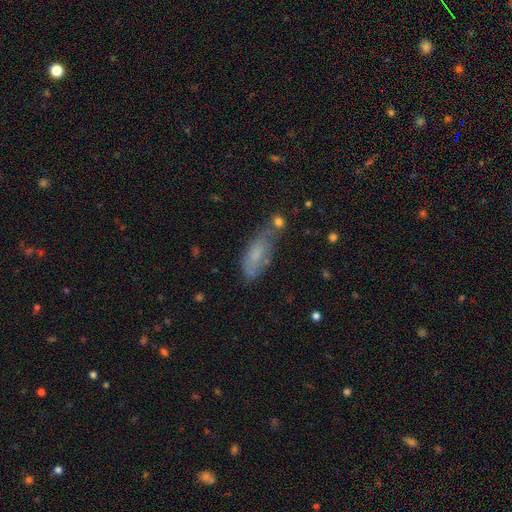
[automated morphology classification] type=smooth (70%); roundness=in between (78%); merging=none (42%).